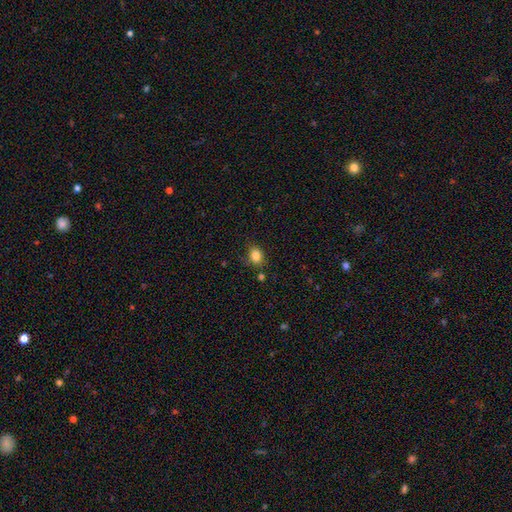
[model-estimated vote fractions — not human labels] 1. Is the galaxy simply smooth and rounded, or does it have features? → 84% smooth, 11% star or artifact, 6% featured or disk.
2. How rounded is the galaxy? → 52% in between, 47% round, 1% cigar-shaped.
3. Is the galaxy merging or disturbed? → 77% none, 15% minor disturbance, 4% merger, 4% major disturbance.